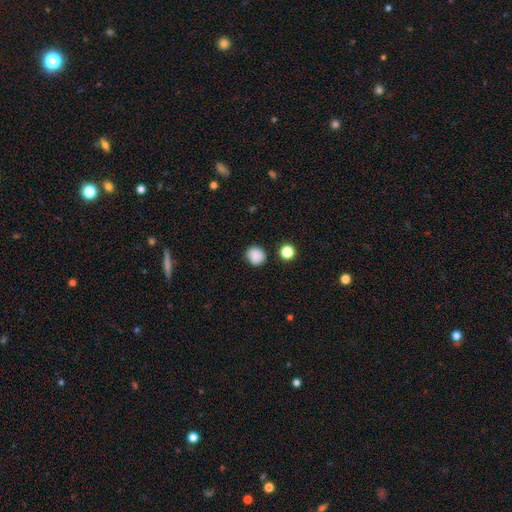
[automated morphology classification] Smooth or featured? smooth (86%)
How rounded? round (87%)
Merging? none (84%)